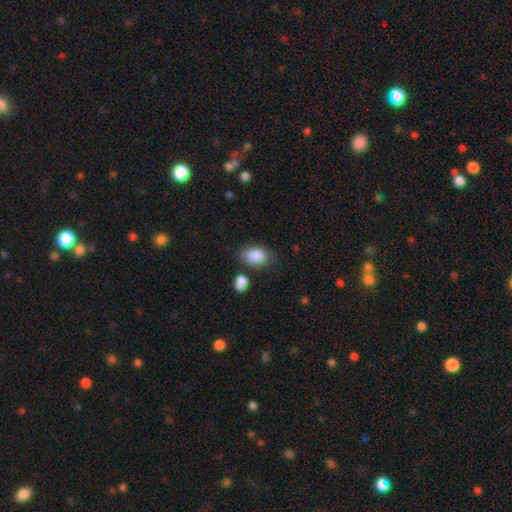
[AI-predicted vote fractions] A smooth galaxy with no disk features (88%) that is in between round and cigar-shaped (87%). Merging: none (73%).